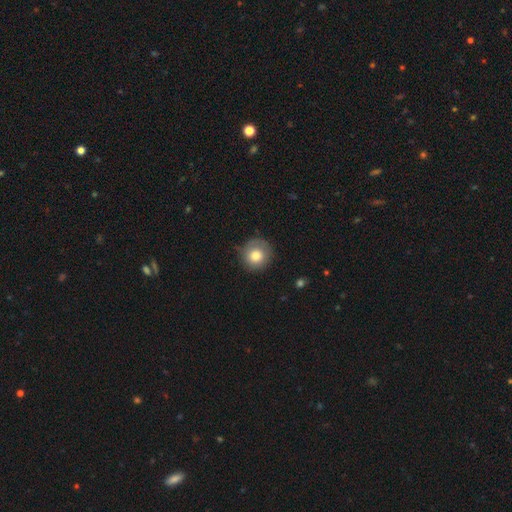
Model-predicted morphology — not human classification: Smooth or featured?
  - smooth: 78% *
  - featured or disk: 13%
  - star or artifact: 9%
How rounded?
  - round: 93% *
  - in between: 6%
  - cigar-shaped: 1%
Merging?
  - none: 78% *
  - minor disturbance: 16%
  - major disturbance: 4%
  - merger: 1%